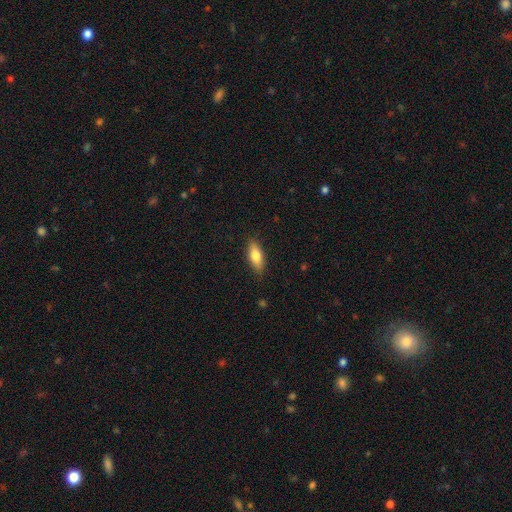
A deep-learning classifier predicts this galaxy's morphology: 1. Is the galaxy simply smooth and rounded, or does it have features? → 78% smooth, 16% featured or disk, 6% star or artifact.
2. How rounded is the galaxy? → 76% in between, 21% cigar-shaped, 3% round.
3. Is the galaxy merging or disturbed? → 86% none, 11% minor disturbance, 2% major disturbance, 1% merger.